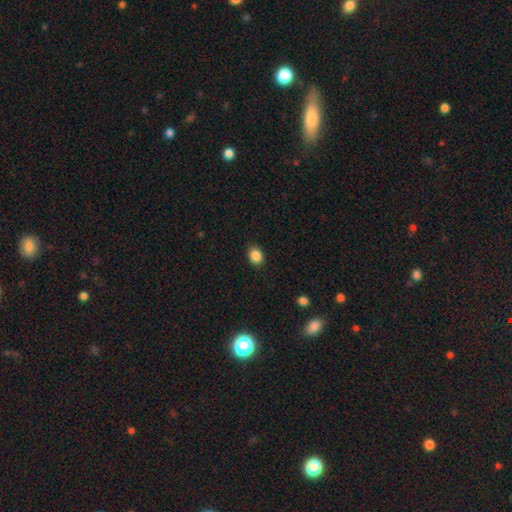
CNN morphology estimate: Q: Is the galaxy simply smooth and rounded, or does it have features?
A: smooth — 87%.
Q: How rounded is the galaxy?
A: in between — 50%.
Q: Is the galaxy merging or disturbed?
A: none — 89%.